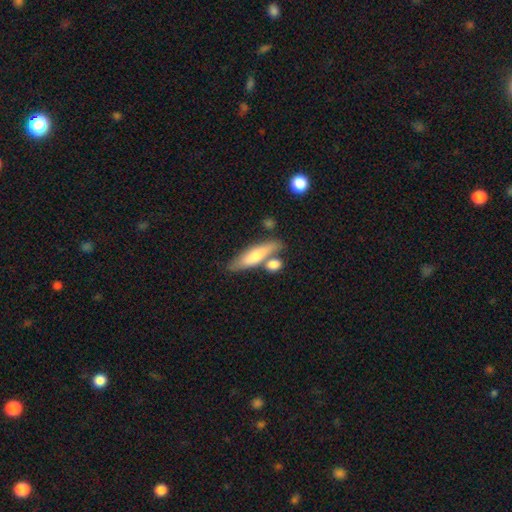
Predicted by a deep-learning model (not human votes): Q: Smooth or featured?
A: smooth (61%); runner-up: featured or disk (33%)
Q: How rounded?
A: cigar-shaped (65%); runner-up: in between (32%)
Q: Merging?
A: none (61%); runner-up: merger (21%)